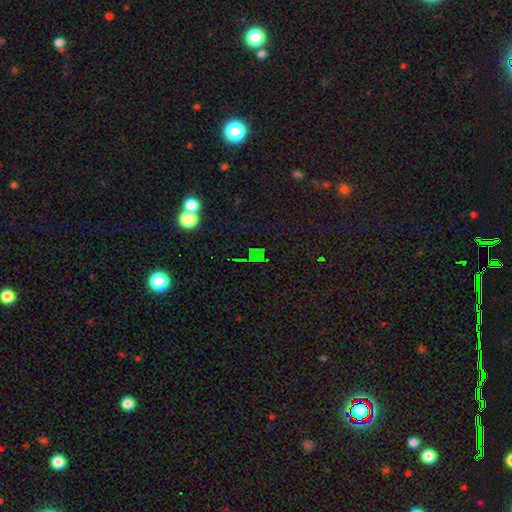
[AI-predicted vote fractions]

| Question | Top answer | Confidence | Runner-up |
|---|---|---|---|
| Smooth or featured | star or artifact | 64% | smooth (25%) |